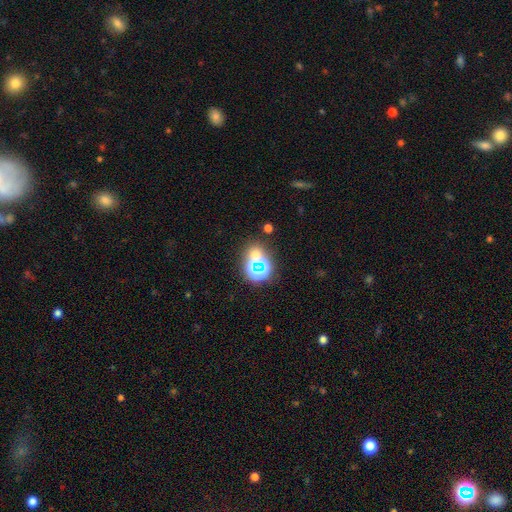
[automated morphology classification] Smooth or featured: star or artifact — 53% (smooth — 36%)